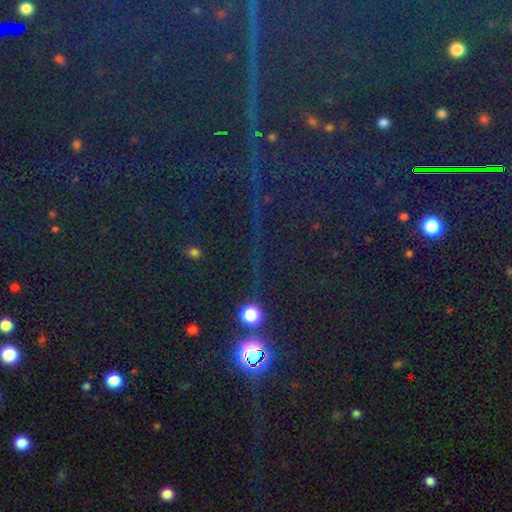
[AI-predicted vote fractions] smooth_or_featured: star or artifact (p=0.85) [alt: smooth p=0.08]